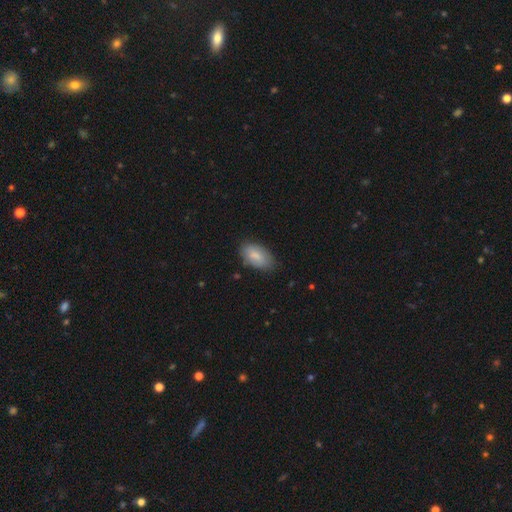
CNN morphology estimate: Smooth or featured: smooth — 84% (featured or disk — 10%)
How rounded: in between — 94% (round — 3%)
Merging: none — 75% (minor disturbance — 20%)